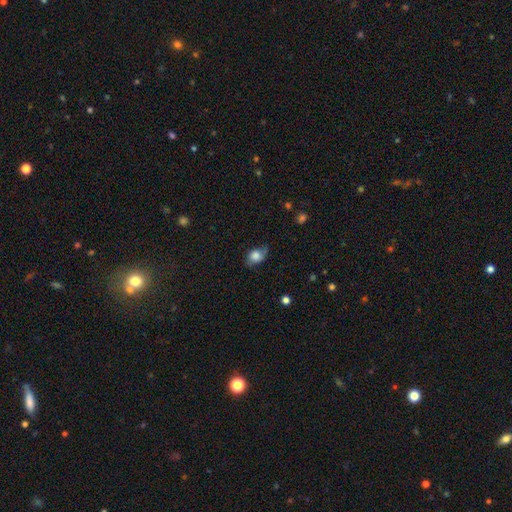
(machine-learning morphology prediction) smooth_or_featured: smooth (p=0.72) [alt: featured or disk p=0.19]
how_rounded: in between (p=0.64) [alt: round p=0.34]
merging: none (p=0.53) [alt: minor disturbance p=0.33]